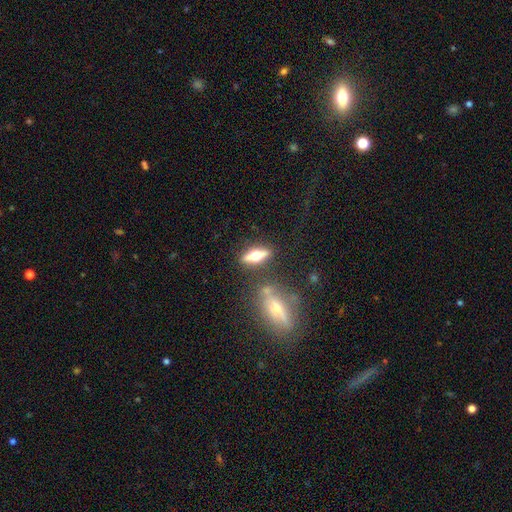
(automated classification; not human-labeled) The model was most divided on "smooth or featured": featured or disk: 59%, smooth: 34%, star or artifact: 8%. More confident: edge-on bulge — rounded (96%); edge-on disk — yes (92%); merging — none (77%).